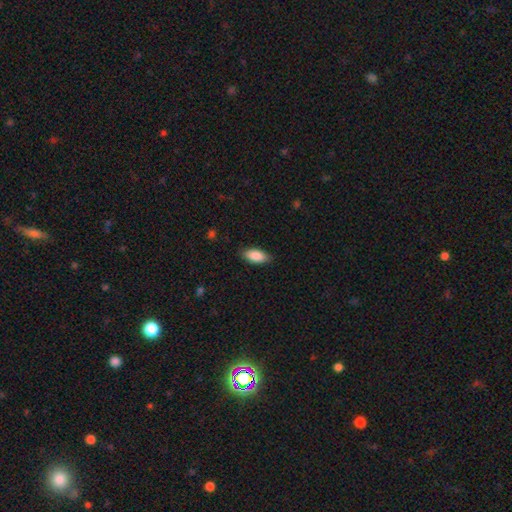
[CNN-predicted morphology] This appears to be a smooth galaxy with no disk features (87%) that is in between round and cigar-shaped (88%). Merging: none (86%).